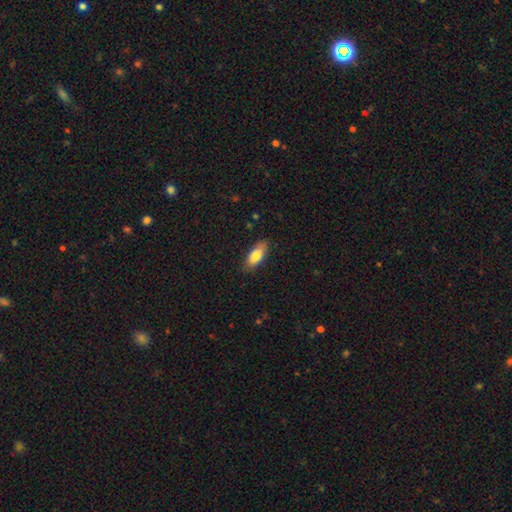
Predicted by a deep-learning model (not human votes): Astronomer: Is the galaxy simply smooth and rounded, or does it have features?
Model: smooth — 81%.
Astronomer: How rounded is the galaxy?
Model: in between — 79%.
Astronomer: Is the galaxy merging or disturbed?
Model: none — 84%.